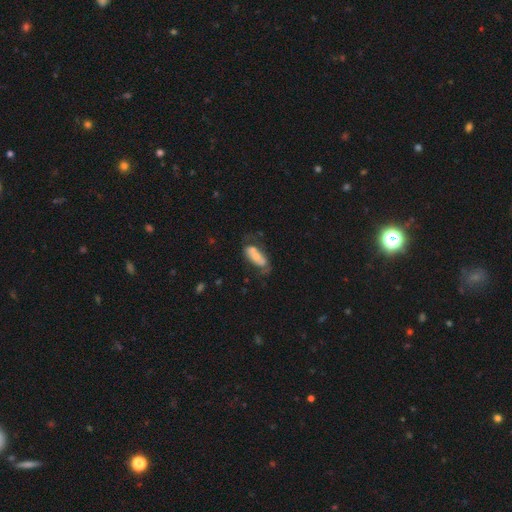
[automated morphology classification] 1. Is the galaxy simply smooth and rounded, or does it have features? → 55% smooth, 37% featured or disk, 7% star or artifact.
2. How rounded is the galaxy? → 78% in between, 19% cigar-shaped, 3% round.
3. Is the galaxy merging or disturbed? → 44% none, 25% minor disturbance, 17% merger, 14% major disturbance.